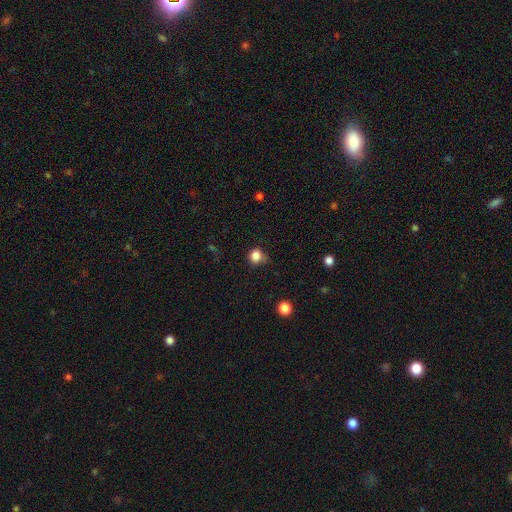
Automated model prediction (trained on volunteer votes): smooth-or-featured: smooth: 84% | star or artifact: 12% | featured or disk: 4%
  how-rounded: round: 78% | in between: 21% | cigar-shaped: 1%
  merging: none: 65% | minor disturbance: 25% | major disturbance: 7% | merger: 2%